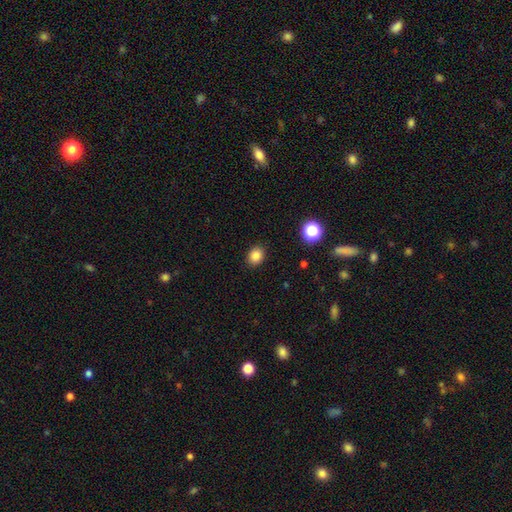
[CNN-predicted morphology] Smooth or featured: smooth — 84% (star or artifact — 12%)
How rounded: round — 59% (in between — 41%)
Merging: none — 90% (minor disturbance — 7%)